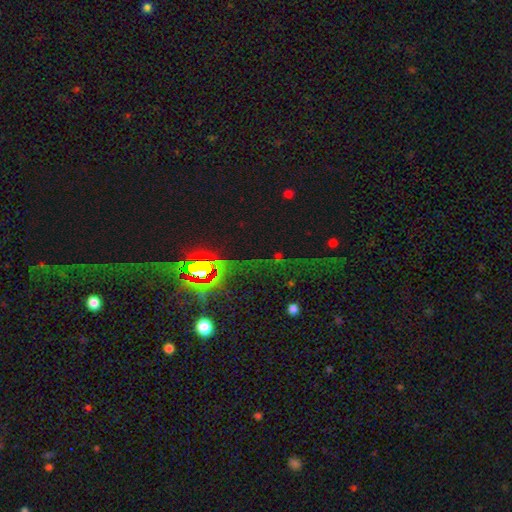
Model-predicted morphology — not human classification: smooth_or_featured: star or artifact (p=0.76) [alt: featured or disk p=0.13]